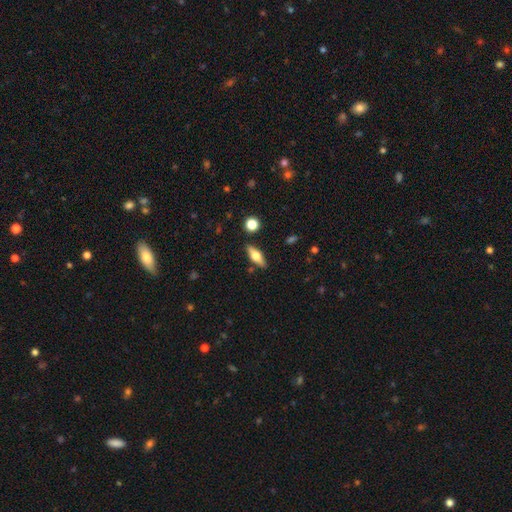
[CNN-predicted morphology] smooth-or-featured: smooth: 47% | featured or disk: 46% | star or artifact: 7%
  merging: none: 86% | minor disturbance: 9% | merger: 3% | major disturbance: 2%